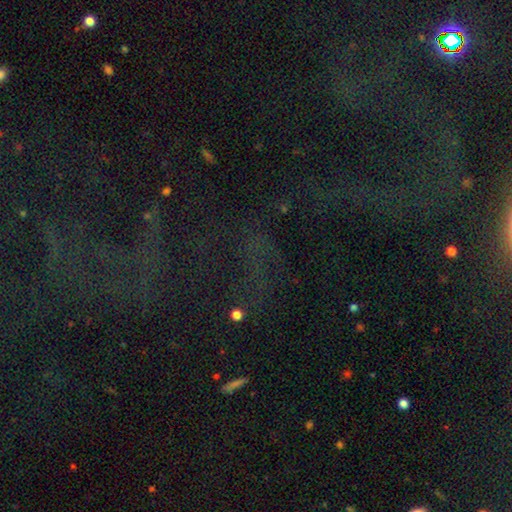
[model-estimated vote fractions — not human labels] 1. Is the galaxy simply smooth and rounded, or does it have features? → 67% star or artifact, 17% featured or disk, 15% smooth.